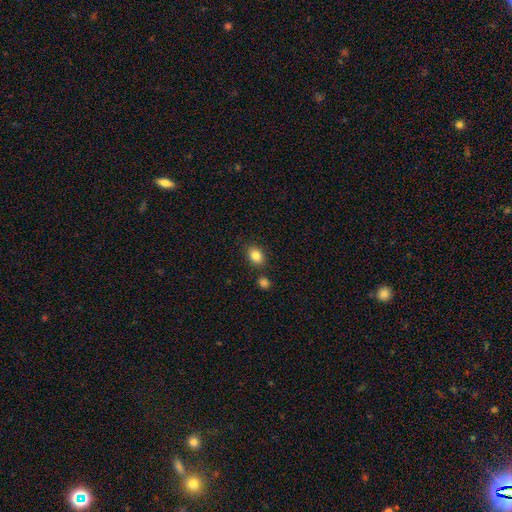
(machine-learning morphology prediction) A smooth galaxy with no disk features (85%) that is in between round and cigar-shaped (73%).

Vote fractions:
- Smooth or featured? smooth: 85% / star or artifact: 9% / featured or disk: 6%
- How rounded? in between: 73% / round: 26% / cigar-shaped: 1%
- Merging? none: 79% / minor disturbance: 11% / merger: 7% / major disturbance: 3%